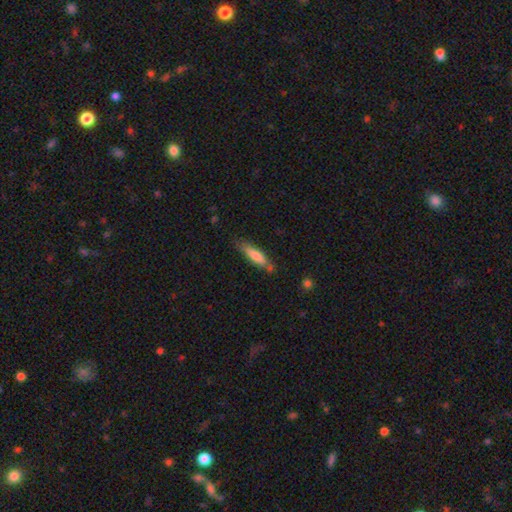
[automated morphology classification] Overall: smooth (74%). How rounded: cigar-shaped (70%). Merging: none (67%).